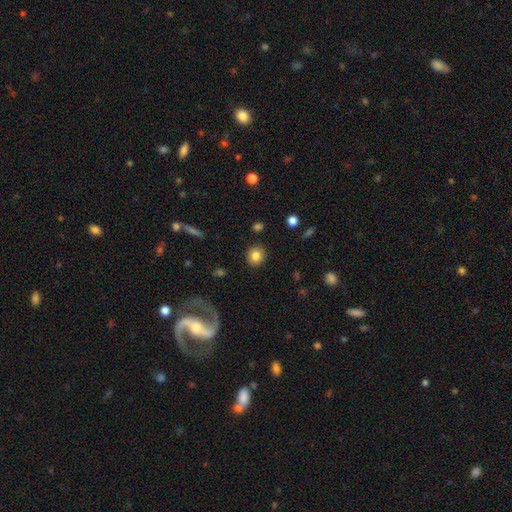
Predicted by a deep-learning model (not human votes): smooth_or_featured: smooth (p=0.82) [alt: star or artifact p=0.09]
how_rounded: round (p=0.85) [alt: in between p=0.14]
merging: none (p=0.90) [alt: minor disturbance p=0.06]